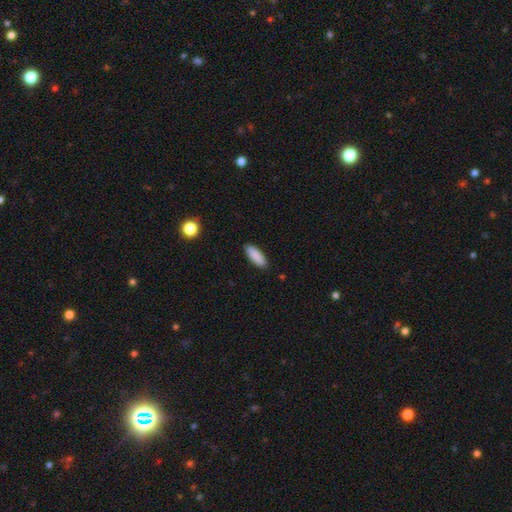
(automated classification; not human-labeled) Smooth or featured: smooth — 89% (star or artifact — 6%)
How rounded: in between — 65% (cigar-shaped — 34%)
Merging: none — 89% (minor disturbance — 8%)